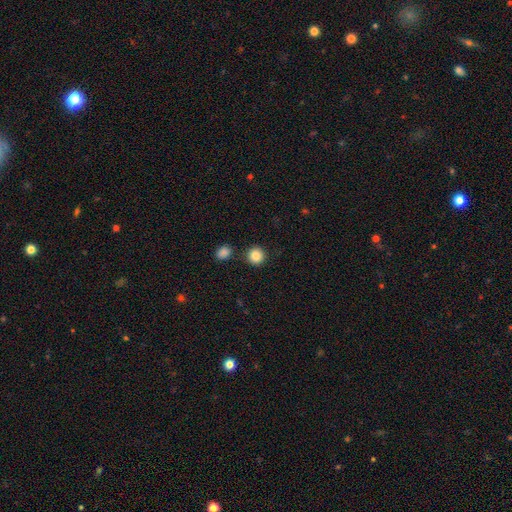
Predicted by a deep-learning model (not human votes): Smooth or featured? smooth (85%)
How rounded? round (93%)
Merging? none (86%)